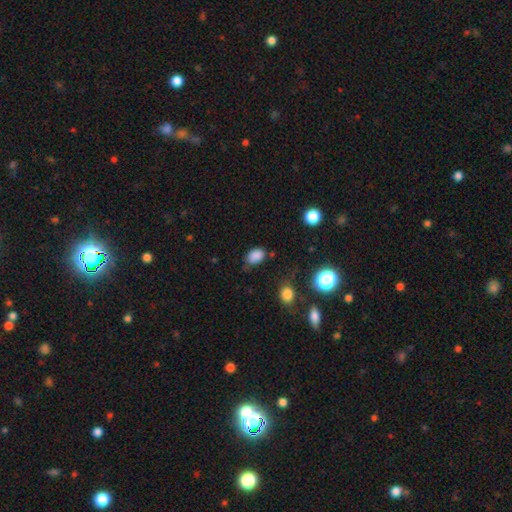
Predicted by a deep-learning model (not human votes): Overall: smooth (84%). How rounded: in between (78%). Merging: none (67%).